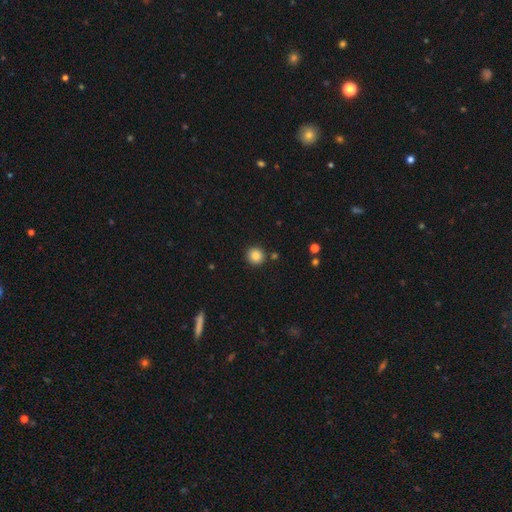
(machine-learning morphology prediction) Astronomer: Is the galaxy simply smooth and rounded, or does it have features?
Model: smooth — 86%.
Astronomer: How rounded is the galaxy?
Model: round — 93%.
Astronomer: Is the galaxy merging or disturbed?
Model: none — 89%.